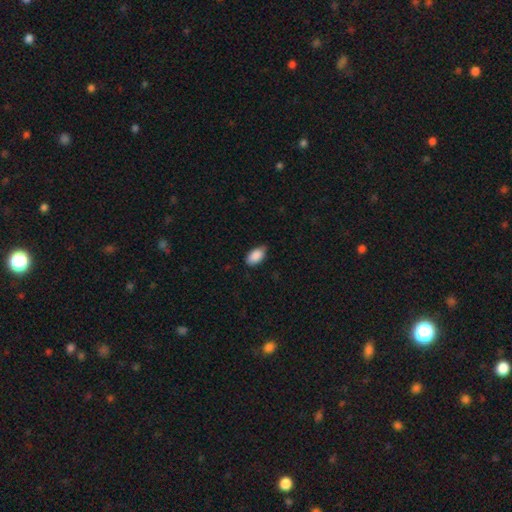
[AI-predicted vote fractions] A smooth galaxy with no disk features (89%) that is in between round and cigar-shaped (94%). Merging: none (75%).